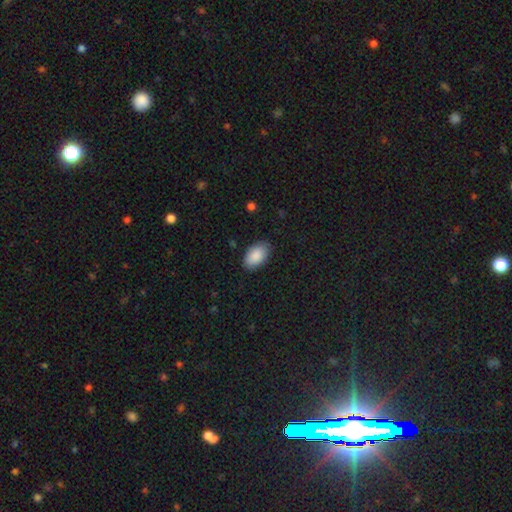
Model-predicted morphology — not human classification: The model was most divided on "merging": none: 84%, minor disturbance: 13%, major disturbance: 2%, merger: 1%. More confident: how rounded — in between (95%); smooth or featured — smooth (89%).